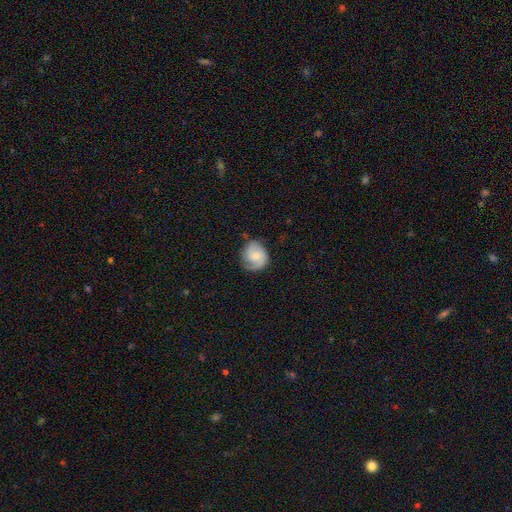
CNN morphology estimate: Smooth or featured: featured or disk — 59% (smooth — 35%)
Edge-on disk: no — 98% (yes — 2%)
Bar: no — 68% (weak — 28%)
Spiral arms: yes — 91% (no — 9%)
Spiral winding: tight — 46% (medium — 38%)
Spiral arm count: 2 — 51% (1 — 30%)
Bulge size: moderate — 48% (small — 41%)
Merging: none — 65% (minor disturbance — 24%)